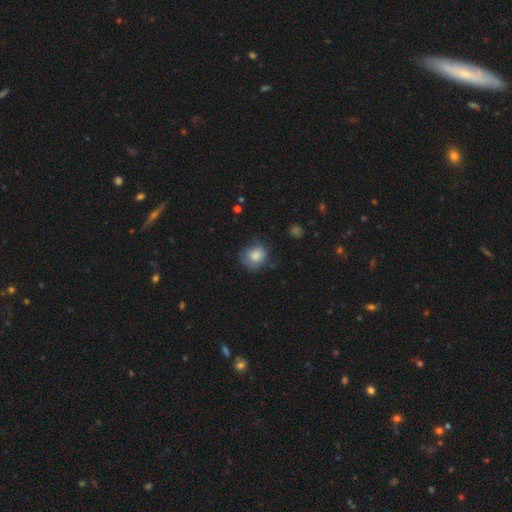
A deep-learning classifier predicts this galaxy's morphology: The model was most divided on "merging": none: 67%, minor disturbance: 24%, major disturbance: 7%, merger: 2%. More confident: smooth or featured — smooth (83%); how rounded — round (79%).